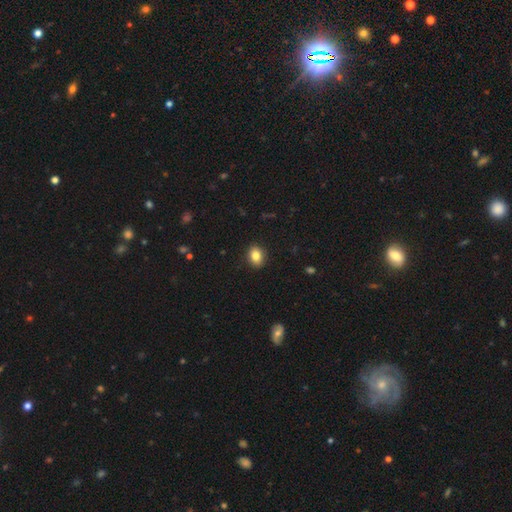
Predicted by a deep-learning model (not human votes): smooth_or_featured: smooth (p=0.84) [alt: star or artifact p=0.09]
how_rounded: in between (p=0.59) [alt: round p=0.39]
merging: none (p=0.90) [alt: minor disturbance p=0.07]